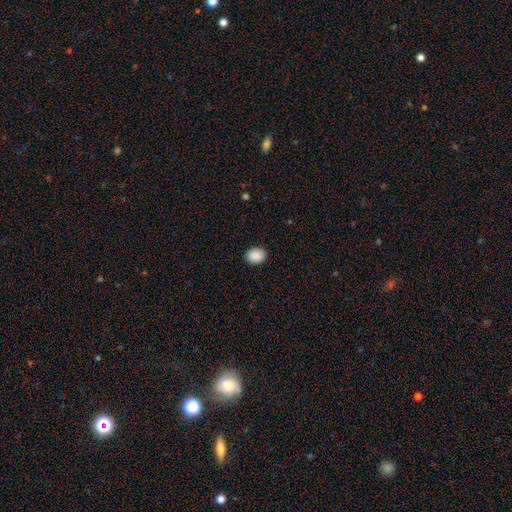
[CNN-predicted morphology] Q: Smooth or featured?
A: smooth (90%); runner-up: star or artifact (8%)
Q: How rounded?
A: round (51%); runner-up: in between (48%)
Q: Merging?
A: none (91%); runner-up: minor disturbance (6%)